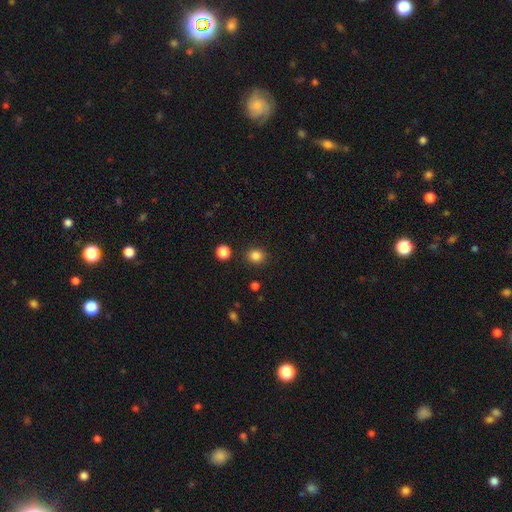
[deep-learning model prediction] smooth_or_featured: smooth (p=0.85) [alt: star or artifact p=0.12]
how_rounded: round (p=0.81) [alt: in between p=0.18]
merging: none (p=0.88) [alt: minor disturbance p=0.07]